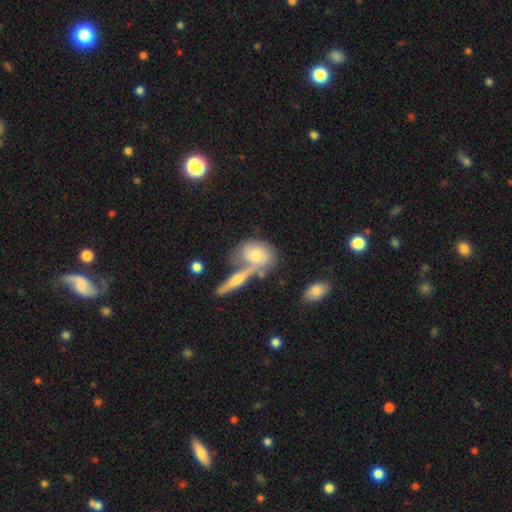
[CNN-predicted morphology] type=smooth (47%); merging=merger (43%).